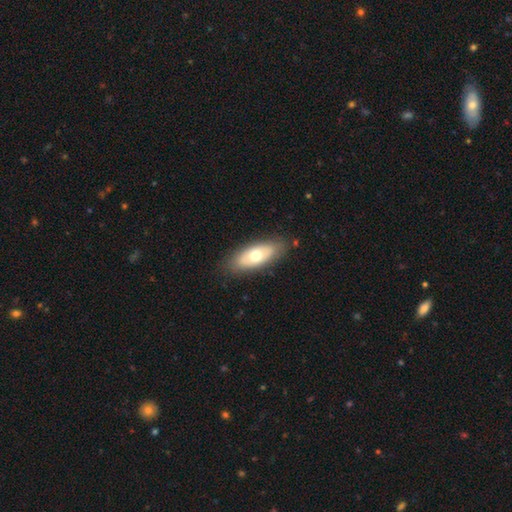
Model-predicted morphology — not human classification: Smooth or featured? Predicted: smooth (p=0.58). How rounded? Predicted: in between (p=0.82). Merging? Predicted: none (p=0.84).